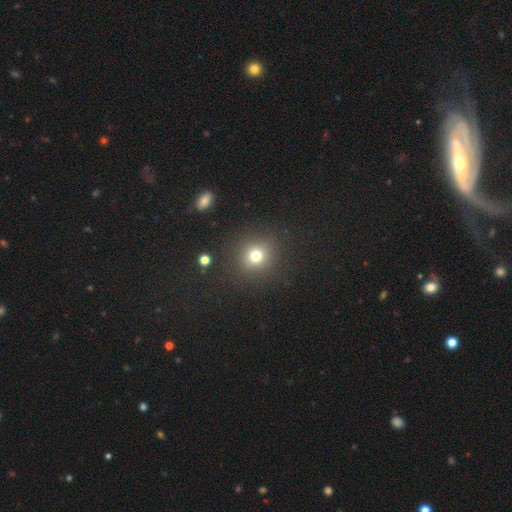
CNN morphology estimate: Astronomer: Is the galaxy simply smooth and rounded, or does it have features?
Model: smooth — 75%.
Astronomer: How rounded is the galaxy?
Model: round — 88%.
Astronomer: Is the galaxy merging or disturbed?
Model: none — 88%.